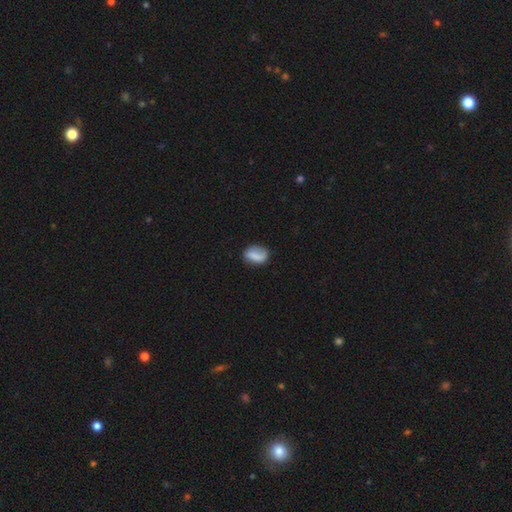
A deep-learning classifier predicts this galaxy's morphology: Q: Smooth or featured?
A: smooth (75%); runner-up: featured or disk (17%)
Q: How rounded?
A: in between (78%); runner-up: round (19%)
Q: Merging?
A: none (71%); runner-up: minor disturbance (21%)